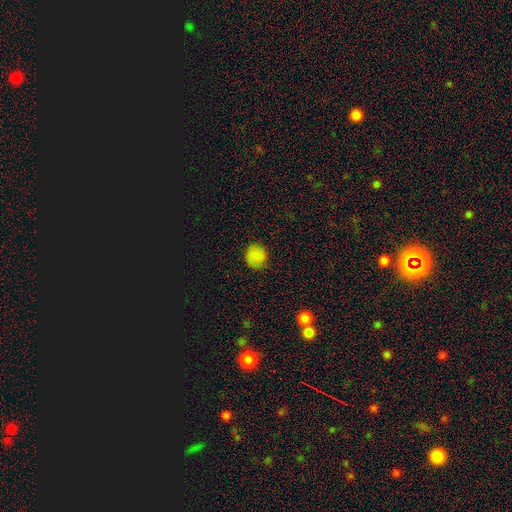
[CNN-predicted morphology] Smooth or featured? smooth (83%)
How rounded? round (89%)
Merging? none (86%)